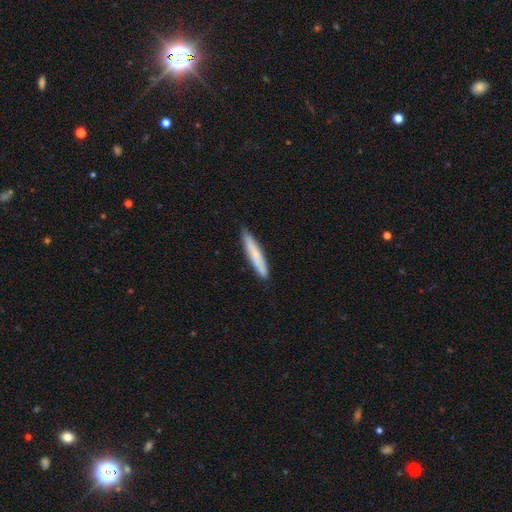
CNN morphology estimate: Overall: smooth (70%). How rounded: cigar-shaped (93%). Merging: none (87%).